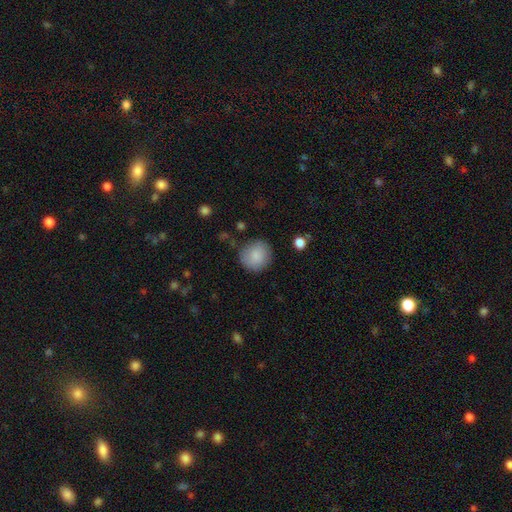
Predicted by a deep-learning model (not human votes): Smooth or featured: smooth — 86% (featured or disk — 7%)
How rounded: round — 88% (in between — 11%)
Merging: none — 80% (minor disturbance — 14%)